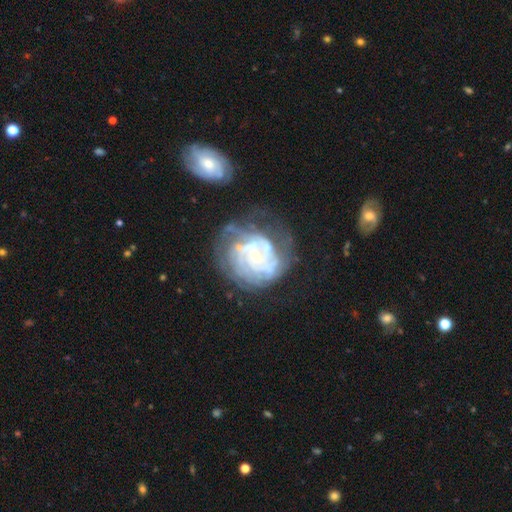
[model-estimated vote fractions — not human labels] Smooth or featured? featured or disk (77%)
Edge-on disk? no (98%)
Bar? no (74%)
Spiral arms? yes (81%)
Spiral winding? tight (68%)
Spiral arm count? can't tell (49%)
Bulge size? small (65%)
Merging? none (44%)